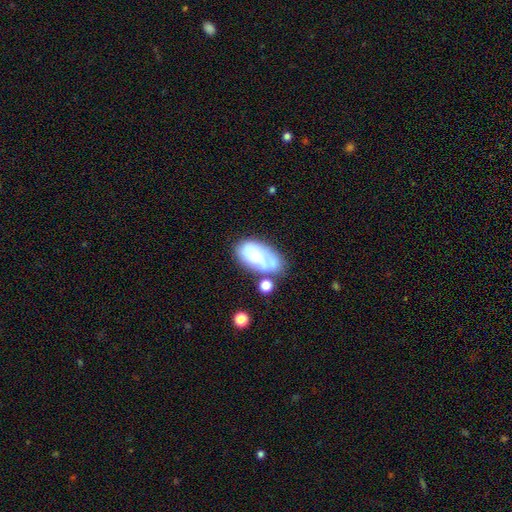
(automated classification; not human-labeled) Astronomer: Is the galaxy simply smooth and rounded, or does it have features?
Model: smooth — 60%.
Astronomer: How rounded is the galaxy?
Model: in between — 93%.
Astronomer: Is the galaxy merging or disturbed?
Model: none — 41% (runner-up: minor disturbance, 25%).